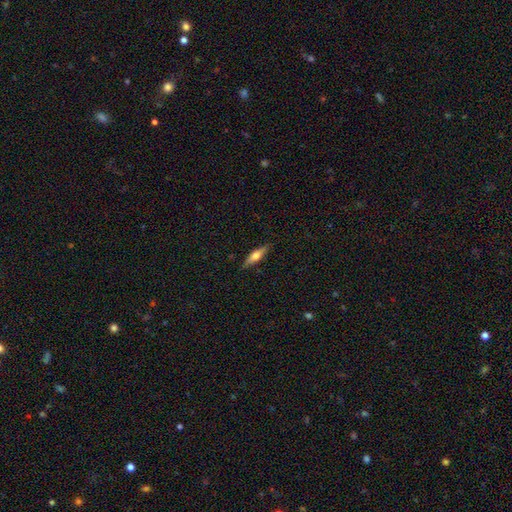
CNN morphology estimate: smooth_or_featured: featured or disk (p=0.49) [alt: smooth p=0.44]
merging: none (p=0.87) [alt: minor disturbance p=0.10]